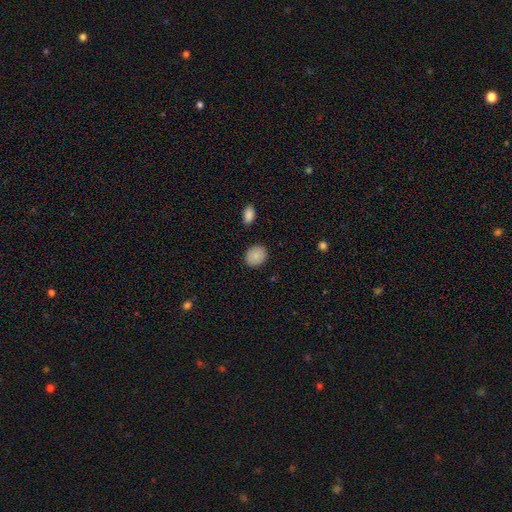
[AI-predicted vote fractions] Smooth or featured? smooth (84%)
How rounded? round (57%)
Merging? none (88%)